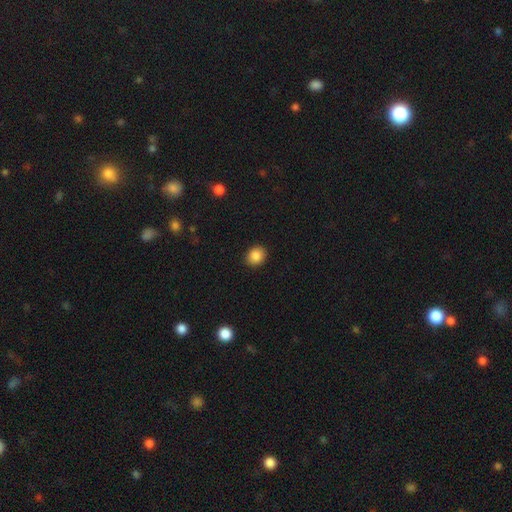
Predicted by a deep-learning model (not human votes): Smooth or featured? Predicted: smooth (p=0.87). How rounded? Predicted: round (p=0.63). Merging? Predicted: none (p=0.90).